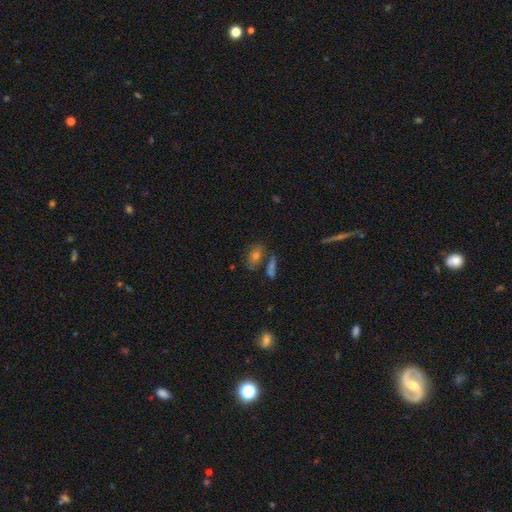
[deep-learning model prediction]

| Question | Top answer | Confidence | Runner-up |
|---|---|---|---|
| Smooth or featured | smooth | 62% | featured or disk (21%) |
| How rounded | in between | 75% | round (20%) |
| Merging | none | 66% | merger (15%) |